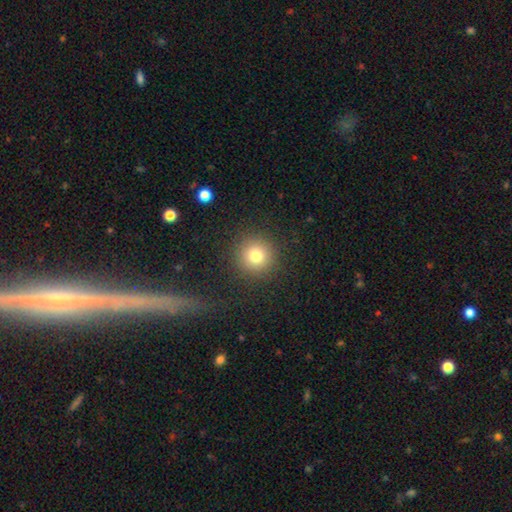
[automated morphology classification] smooth_or_featured: smooth (p=0.78) [alt: star or artifact p=0.14]
how_rounded: round (p=0.94) [alt: in between p=0.05]
merging: none (p=0.89) [alt: minor disturbance p=0.06]